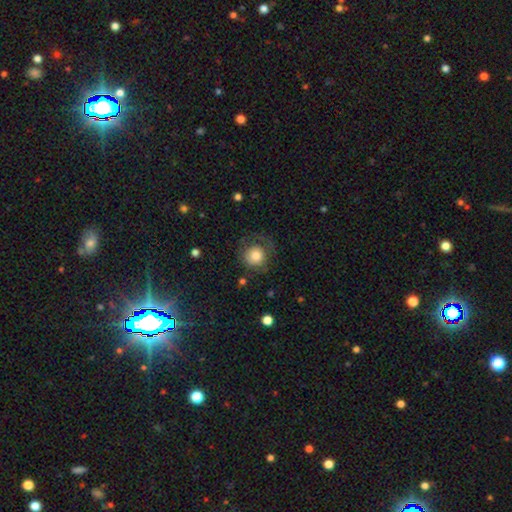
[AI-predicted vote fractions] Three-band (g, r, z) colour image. It shows a smooth galaxy with no disk features (74%) that is round (89%). Merging: none (55%).